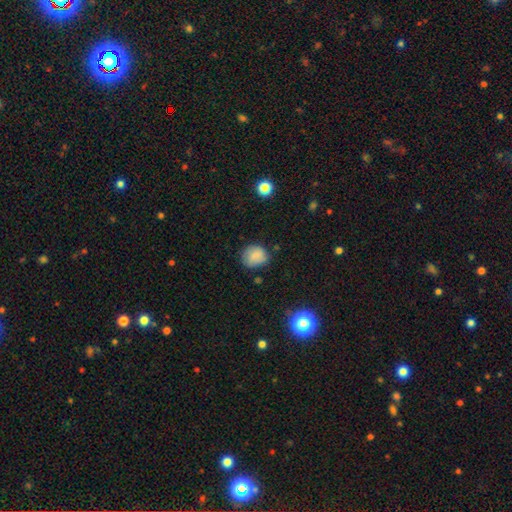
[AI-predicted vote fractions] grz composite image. It shows a smooth galaxy with no disk features (82%) that is round (72%). Merging: none (70%).